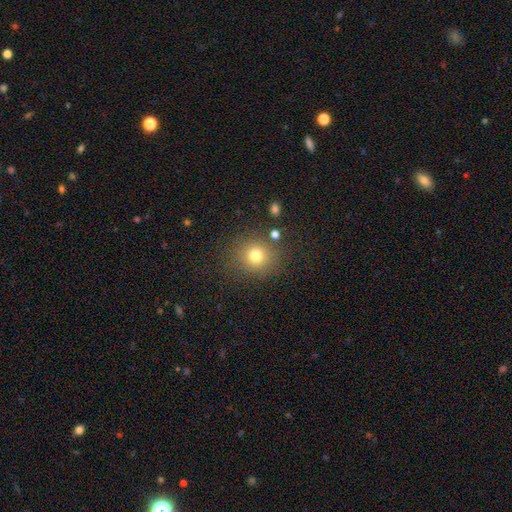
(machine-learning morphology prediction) A smooth galaxy with no disk features (75%) that is round (87%).

Vote fractions:
- Smooth or featured? smooth: 75% / star or artifact: 16% / featured or disk: 9%
- How rounded? round: 87% / in between: 12% / cigar-shaped: 1%
- Merging? none: 83% / minor disturbance: 9% / major disturbance: 4% / merger: 4%